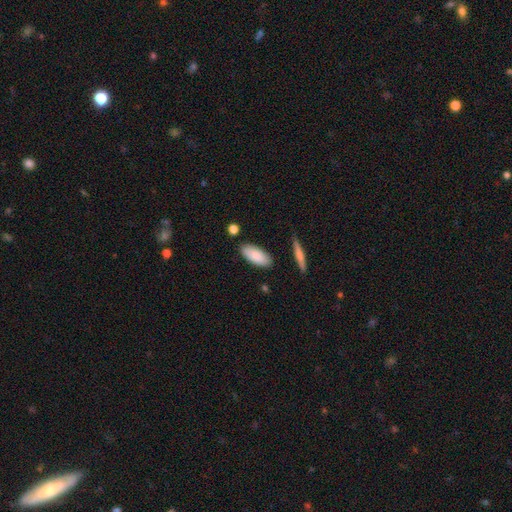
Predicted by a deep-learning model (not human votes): A smooth galaxy with no disk features (86%) that is in between round and cigar-shaped (85%).

Vote fractions:
- Smooth or featured? smooth: 86% / featured or disk: 8% / star or artifact: 6%
- How rounded? in between: 85% / cigar-shaped: 13% / round: 2%
- Merging? none: 83% / minor disturbance: 12% / merger: 3% / major disturbance: 2%